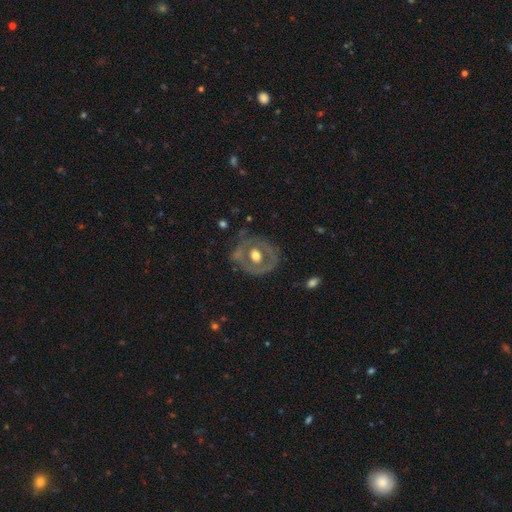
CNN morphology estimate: type=featured or disk (61%); edge-on=no (94%); bar=no (79%); spiral arms=no (81%); bulge=moderate (63%); merging=none (65%).